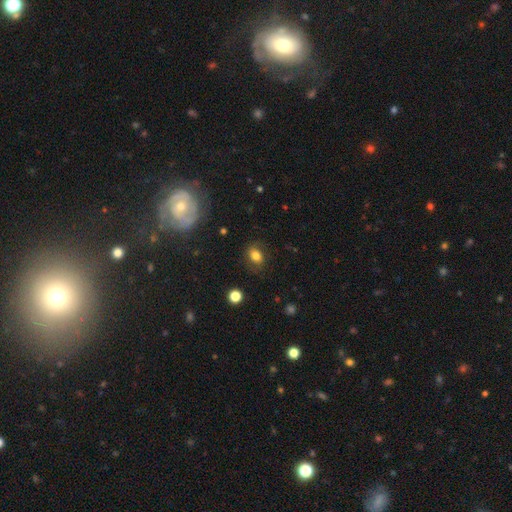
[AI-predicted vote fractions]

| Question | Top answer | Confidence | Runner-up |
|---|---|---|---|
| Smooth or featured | smooth | 77% | featured or disk (12%) |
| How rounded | in between | 62% | round (36%) |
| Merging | none | 78% | minor disturbance (15%) |